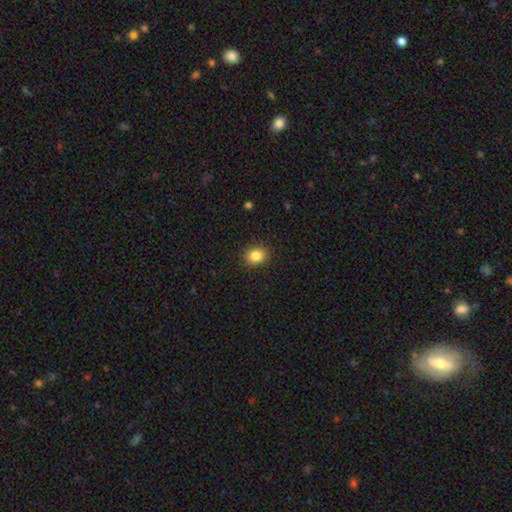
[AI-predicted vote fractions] smooth 85%, star or artifact 10%, featured or disk 5%. Down the decision tree: how rounded — round (55%); merging — none (89%).